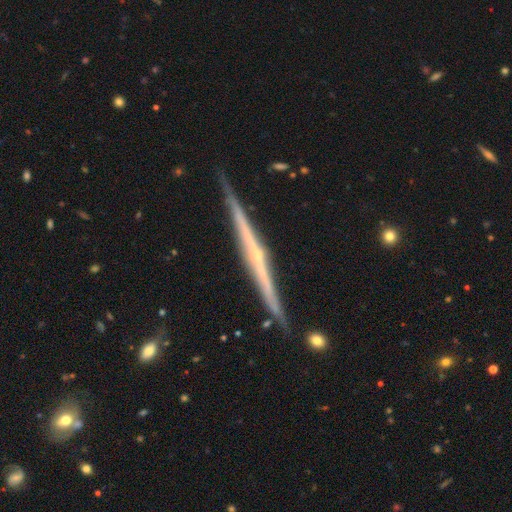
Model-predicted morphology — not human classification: Q: Smooth or featured?
A: featured or disk (81%); runner-up: smooth (14%)
Q: Edge-on disk?
A: yes (98%); runner-up: no (2%)
Q: Edge-on bulge?
A: none (62%); runner-up: rounded (31%)
Q: Merging?
A: none (87%); runner-up: minor disturbance (10%)